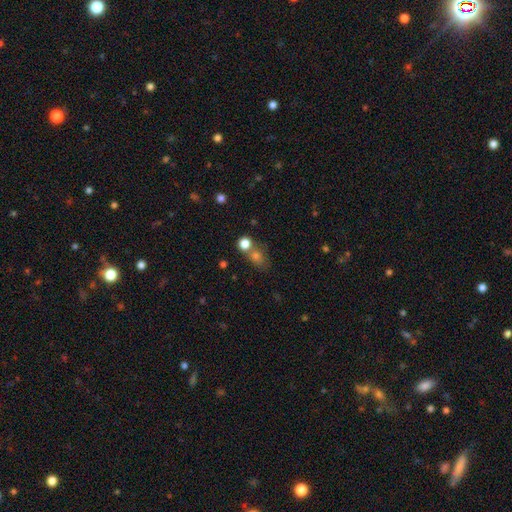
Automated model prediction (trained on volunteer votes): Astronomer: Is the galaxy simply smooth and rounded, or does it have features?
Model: smooth — 68%.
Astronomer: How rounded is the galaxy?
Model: round — 56% (runner-up: in between, 42%).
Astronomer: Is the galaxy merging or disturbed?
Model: none — 55%.